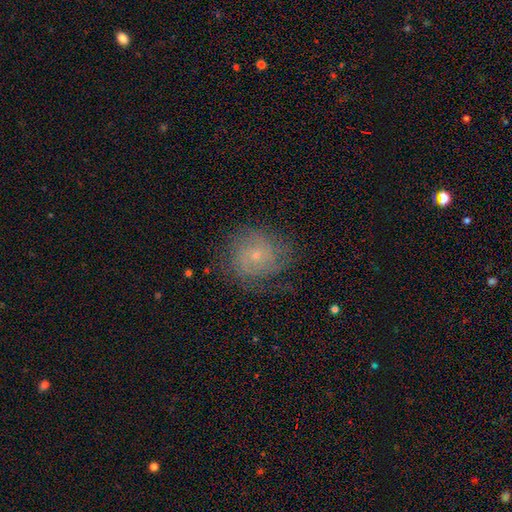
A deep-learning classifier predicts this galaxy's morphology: Overall: featured or disk (58%; smooth 31%). Edge-on disk: no (97%). Bar: no (79%). Spiral arms: yes (83%). Bulge size: small (72%). Merging: none (67%).